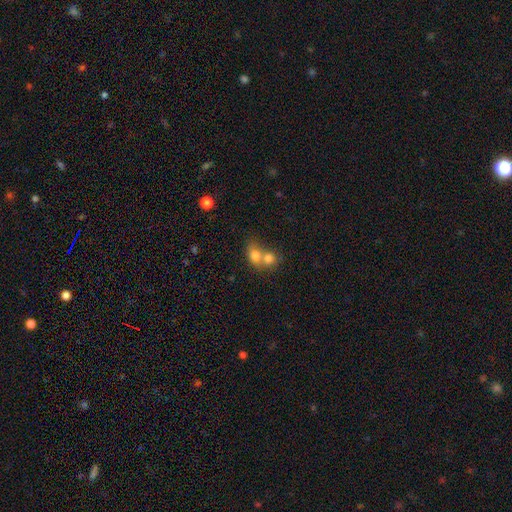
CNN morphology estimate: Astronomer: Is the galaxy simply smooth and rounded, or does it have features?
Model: smooth — 75%.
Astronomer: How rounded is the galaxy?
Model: round — 54% (runner-up: in between, 45%).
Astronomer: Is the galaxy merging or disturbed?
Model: merger — 69%.